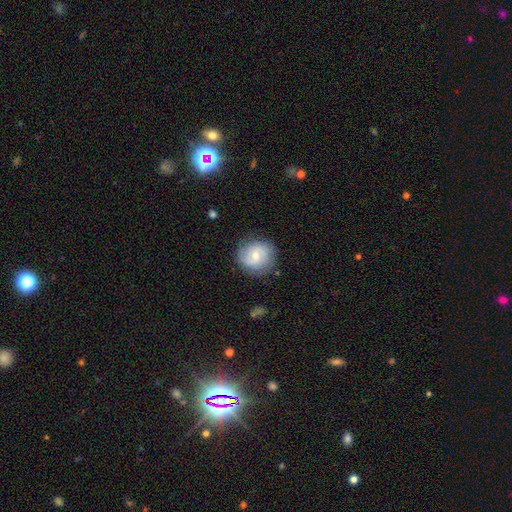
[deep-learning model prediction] Smooth or featured?
  - featured or disk: 53% *
  - smooth: 40%
  - star or artifact: 7%
Edge-on disk?
  - no: 97% *
  - yes: 3%
Bar?
  - no: 55% *
  - weak: 38%
  - strong: 7%
Spiral arms?
  - yes: 82% *
  - no: 18%
Bulge size?
  - small: 49% *
  - moderate: 47%
  - large: 2%
  - none: 1%
  - dominant: 1%
Merging?
  - none: 80% *
  - minor disturbance: 14%
  - major disturbance: 5%
  - merger: 1%